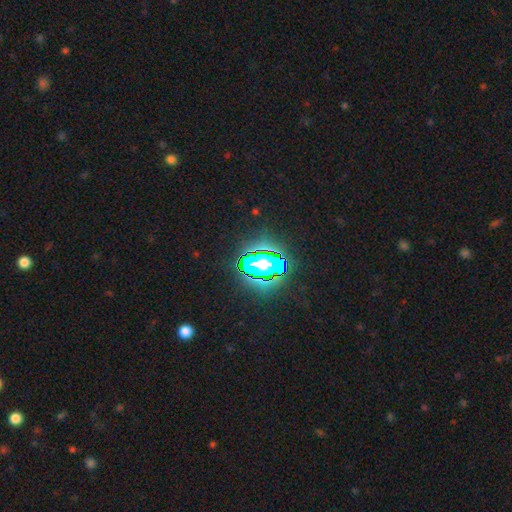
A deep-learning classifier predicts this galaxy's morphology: Smooth or featured? Predicted: star or artifact (p=0.59).